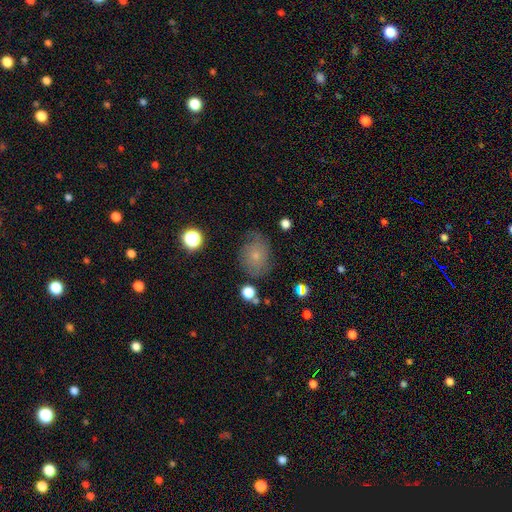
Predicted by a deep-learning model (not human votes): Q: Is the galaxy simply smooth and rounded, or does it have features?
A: smooth — 56%.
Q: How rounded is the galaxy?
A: round — 56%.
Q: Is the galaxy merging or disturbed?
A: none — 63%.